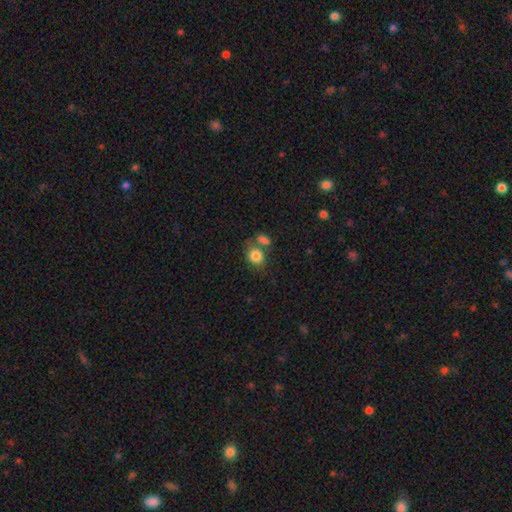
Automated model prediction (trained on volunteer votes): A smooth galaxy with no disk features (84%) that is round (61%).

Vote fractions:
- Smooth or featured? smooth: 84% / star or artifact: 9% / featured or disk: 7%
- How rounded? round: 61% / in between: 37% / cigar-shaped: 1%
- Merging? none: 49% / merger: 33% / minor disturbance: 13% / major disturbance: 5%